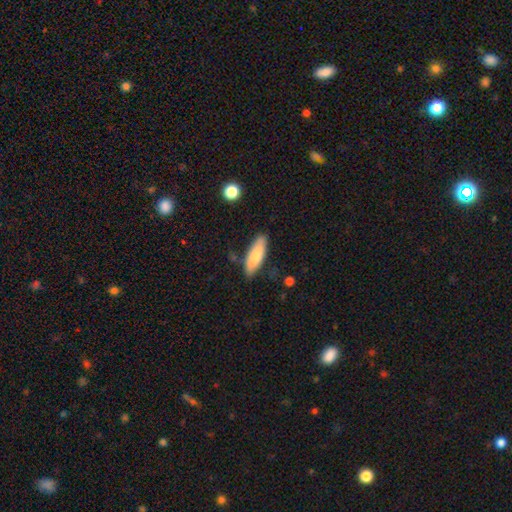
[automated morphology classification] The model was most divided on "how rounded": in between: 55%, cigar-shaped: 44%, round: 2%. More confident: merging — none (80%); smooth or featured — smooth (79%).